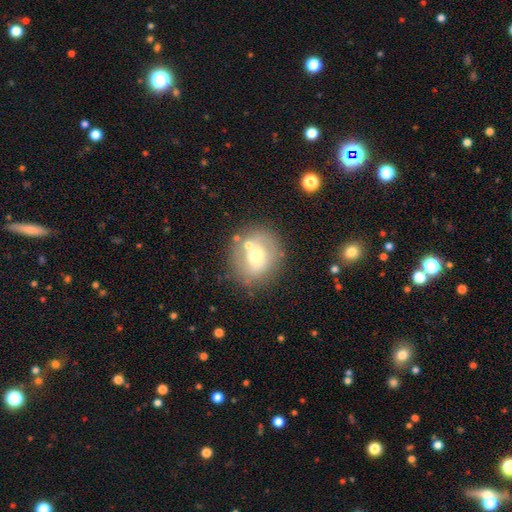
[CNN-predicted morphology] smooth 52%, featured or disk 37%, star or artifact 11%. Down the decision tree: how rounded — round (84%); merging — none (71%).